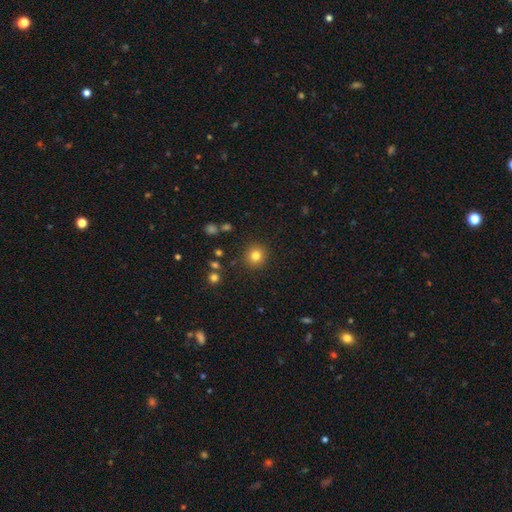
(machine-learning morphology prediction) The model was most divided on "smooth or featured": smooth: 81%, star or artifact: 12%, featured or disk: 7%. More confident: how rounded — round (91%); merging — none (89%).